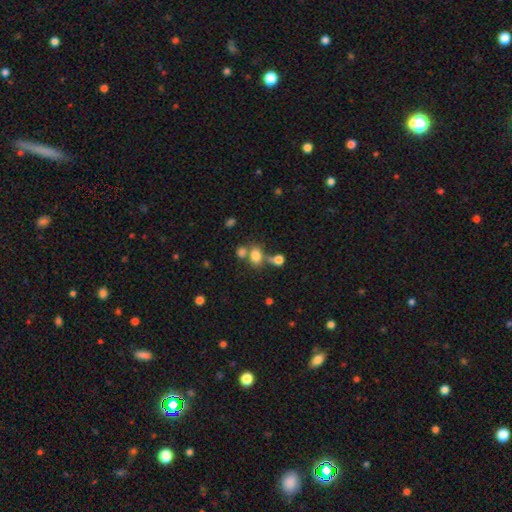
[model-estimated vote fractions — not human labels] smooth 77%, star or artifact 14%, featured or disk 10%. Down the decision tree: how rounded — in between (61%); merging — none (44%).